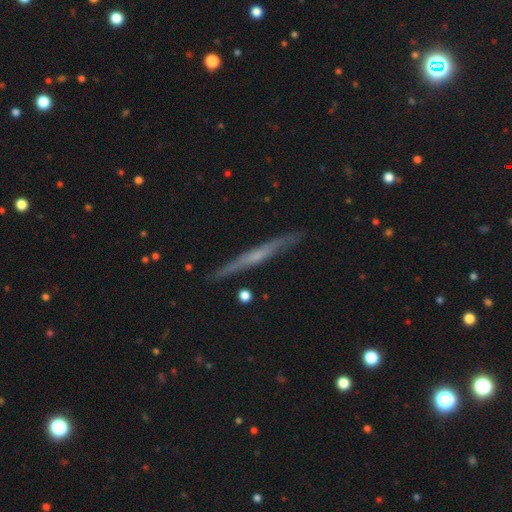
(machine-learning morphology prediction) type=featured or disk (67%); edge-on=yes (97%); edge-on bulge=none (54%); merging=none (88%).